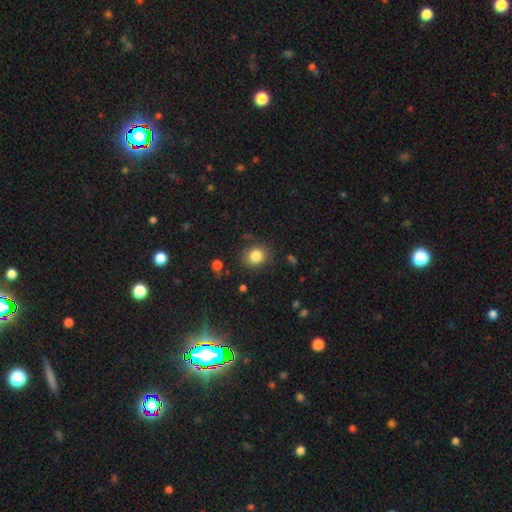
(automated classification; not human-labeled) Smooth or featured? smooth (84%)
How rounded? round (65%)
Merging? none (84%)